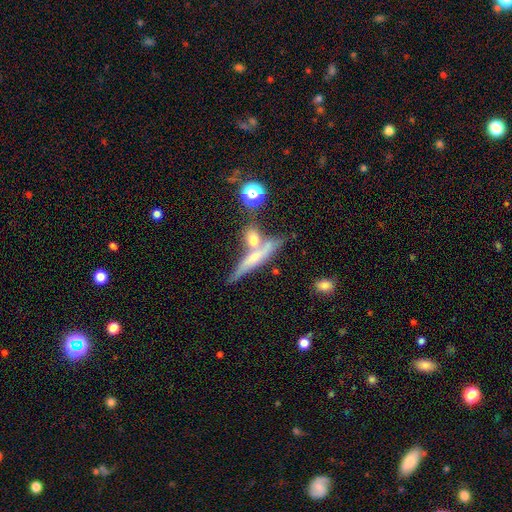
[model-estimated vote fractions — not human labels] Smooth or featured? Predicted: featured or disk (p=0.50). Edge-on disk? Predicted: yes (p=0.86). Merging? Predicted: none (p=0.57).